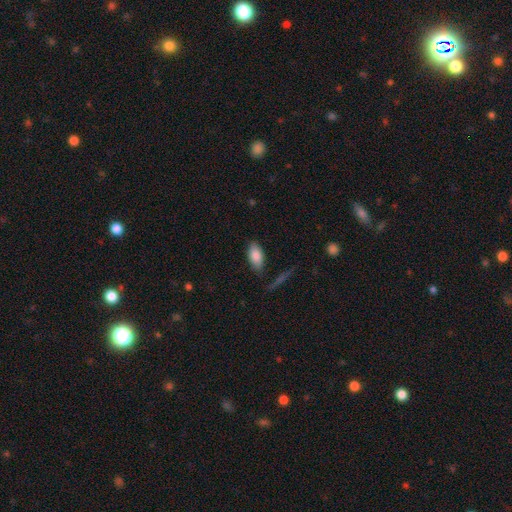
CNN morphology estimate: Smooth or featured?
  - smooth: 85% *
  - featured or disk: 9%
  - star or artifact: 7%
How rounded?
  - in between: 90% *
  - cigar-shaped: 7%
  - round: 3%
Merging?
  - none: 80% *
  - minor disturbance: 14%
  - major disturbance: 3%
  - merger: 2%